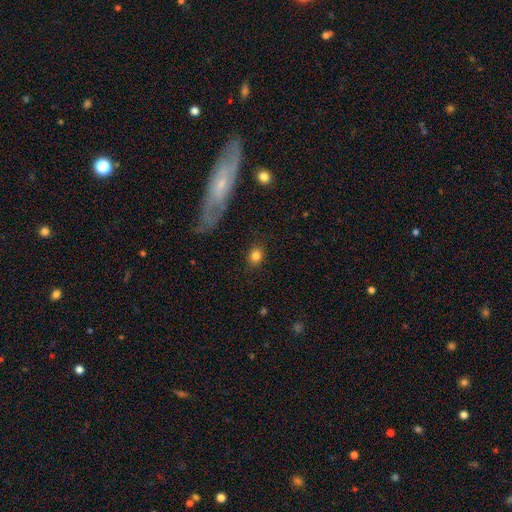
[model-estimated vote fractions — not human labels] Smooth or featured? smooth (82%)
How rounded? round (64%)
Merging? none (85%)